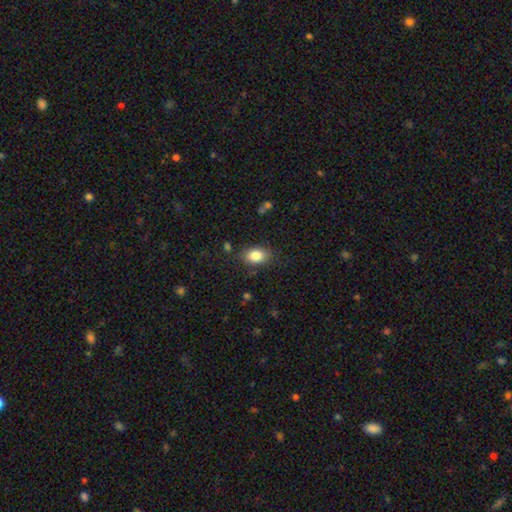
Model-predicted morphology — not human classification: The model was most divided on "how rounded": in between: 81%, round: 18%, cigar-shaped: 1%. More confident: smooth or featured — smooth (84%); merging — none (82%).